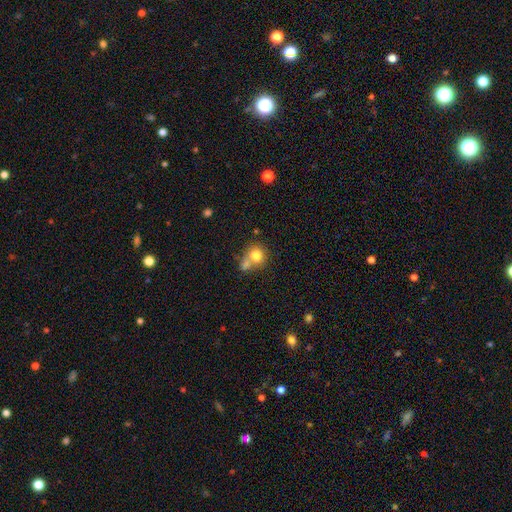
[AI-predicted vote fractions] Q: Smooth or featured?
A: smooth (78%); runner-up: featured or disk (12%)
Q: How rounded?
A: round (80%); runner-up: in between (19%)
Q: Merging?
A: merger (43%); runner-up: none (42%)